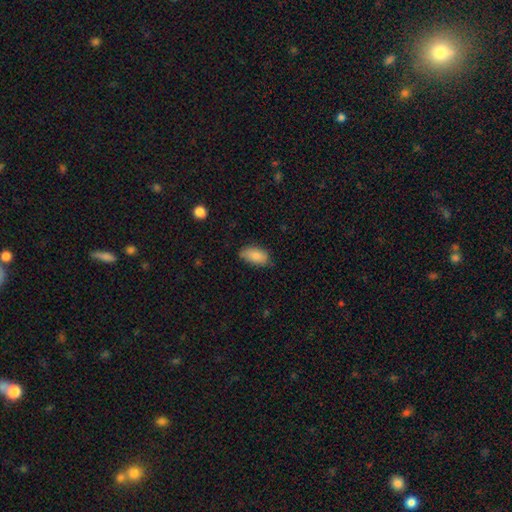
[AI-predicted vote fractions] Morphology: type=smooth (87%); roundness=in between (93%); merging=none (75%).